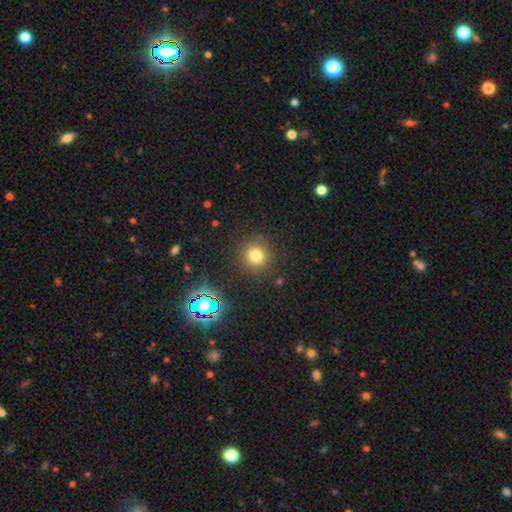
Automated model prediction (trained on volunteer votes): The model was most divided on "smooth or featured": smooth: 75%, star or artifact: 18%, featured or disk: 7%. More confident: how rounded — round (93%); merging — none (87%).